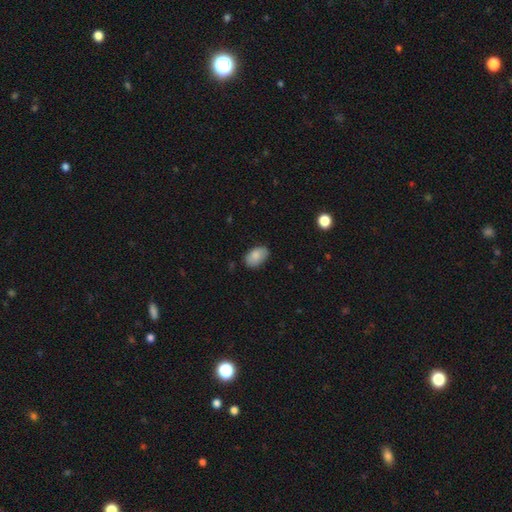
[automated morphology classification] Smooth or featured: smooth — 85% (featured or disk — 8%)
How rounded: in between — 91% (round — 8%)
Merging: none — 79% (minor disturbance — 17%)